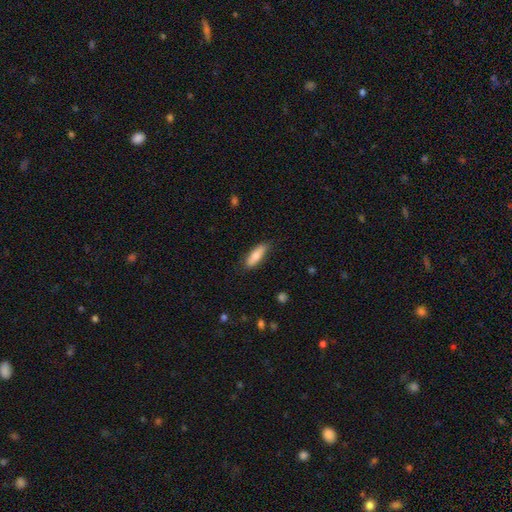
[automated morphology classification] smooth-or-featured: smooth: 77% | featured or disk: 17% | star or artifact: 6%
  how-rounded: in between: 51% | cigar-shaped: 47% | round: 2%
  merging: none: 81% | minor disturbance: 15% | major disturbance: 3% | merger: 1%